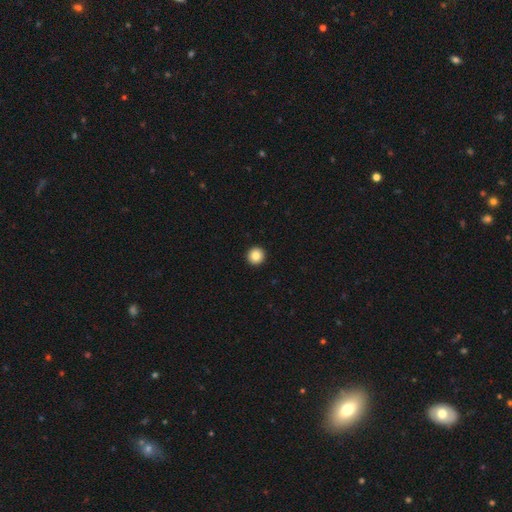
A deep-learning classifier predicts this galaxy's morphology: smooth-or-featured: smooth: 86% | star or artifact: 9% | featured or disk: 5%
  how-rounded: round: 96% | in between: 3% | cigar-shaped: 1%
  merging: none: 94% | minor disturbance: 3% | major disturbance: 1% | merger: 1%